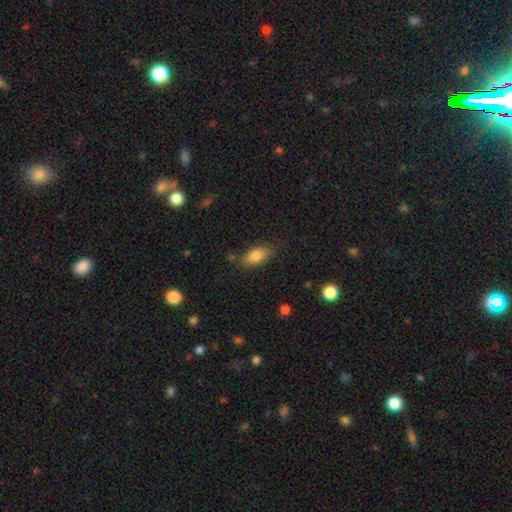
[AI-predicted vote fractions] Morphology: type=smooth (82%); roundness=in between (87%); merging=none (77%).